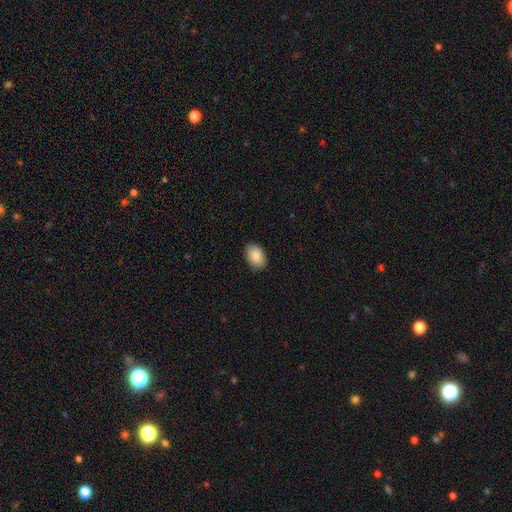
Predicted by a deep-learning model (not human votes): Smooth or featured? smooth (89%)
How rounded? in between (88%)
Merging? none (87%)